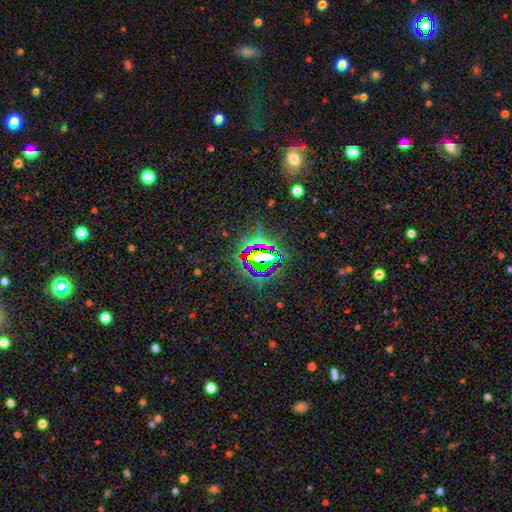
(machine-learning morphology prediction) smooth_or_featured: star or artifact (p=0.78) [alt: smooth p=0.11]